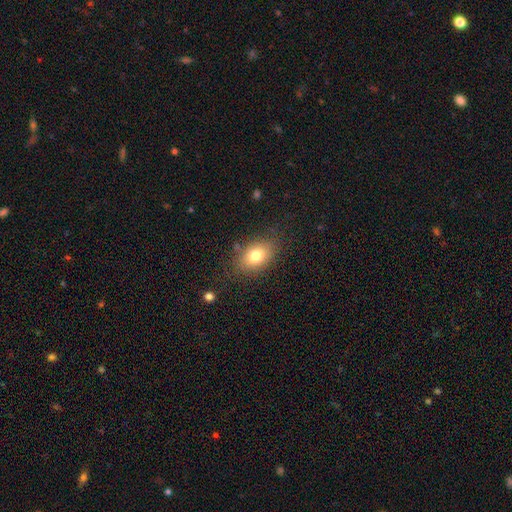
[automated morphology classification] Smooth or featured?
  - smooth: 78% *
  - featured or disk: 13%
  - star or artifact: 9%
How rounded?
  - in between: 84% *
  - round: 14%
  - cigar-shaped: 2%
Merging?
  - none: 81% *
  - minor disturbance: 13%
  - major disturbance: 4%
  - merger: 2%